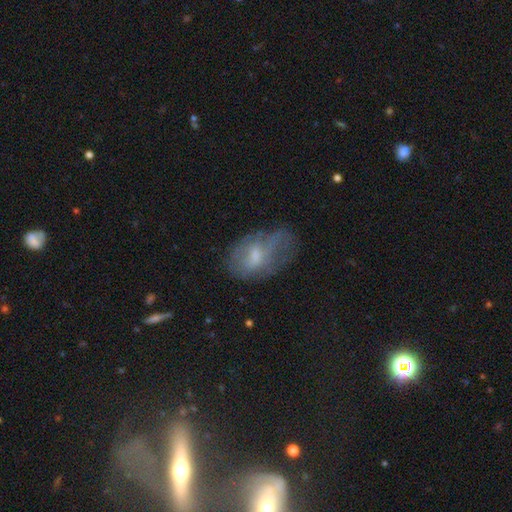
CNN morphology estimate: smooth_or_featured: smooth (p=0.49) [alt: featured or disk p=0.42]
merging: none (p=0.41) [alt: minor disturbance p=0.30]